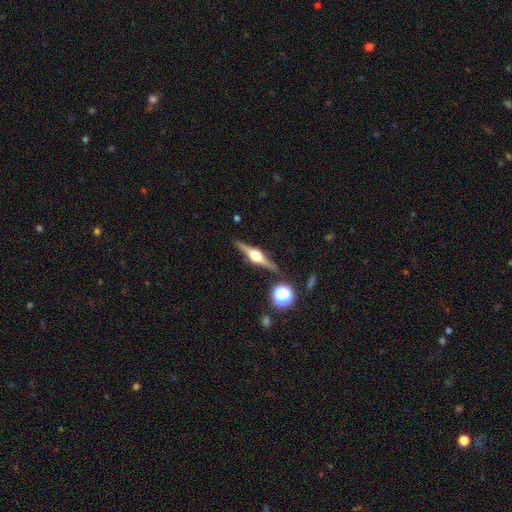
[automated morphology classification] smooth_or_featured: featured or disk (p=0.82) [alt: smooth p=0.11]
disk_edge_on: yes (p=0.98) [alt: no p=0.02]
edge_on_bulge: rounded (p=0.94) [alt: boxy p=0.04]
merging: none (p=0.88) [alt: minor disturbance p=0.08]